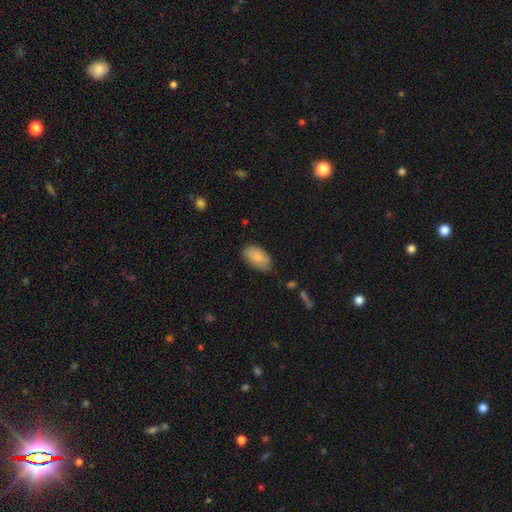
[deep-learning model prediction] smooth_or_featured: smooth (p=0.83) [alt: featured or disk p=0.10]
how_rounded: in between (p=0.93) [alt: round p=0.05]
merging: none (p=0.78) [alt: minor disturbance p=0.17]